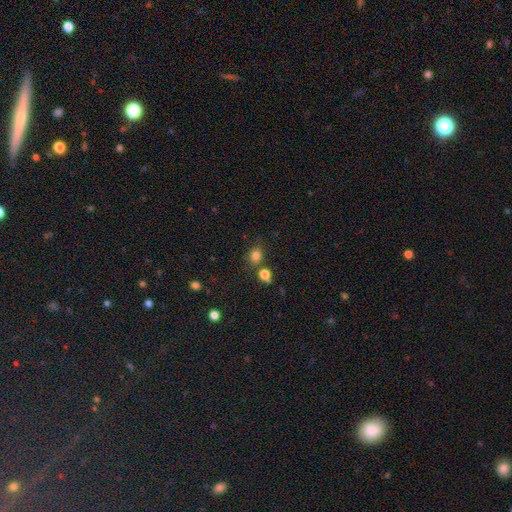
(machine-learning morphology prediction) This is likely a smooth galaxy (79%). How rounded: possibly round (58%). Merging: likely none (72%).